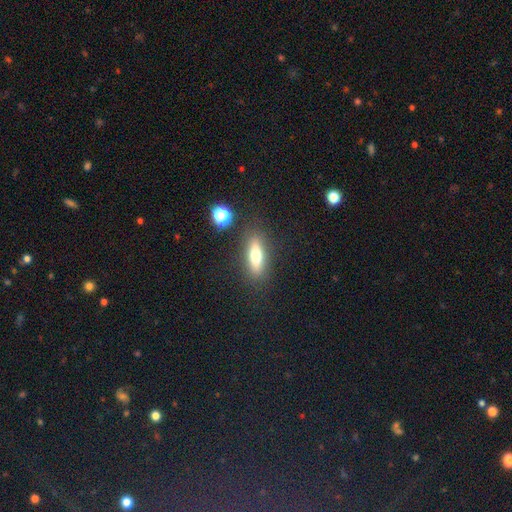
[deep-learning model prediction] Smooth or featured? Predicted: smooth (p=0.63). How rounded? Predicted: cigar-shaped (p=0.51). Merging? Predicted: none (p=0.84).